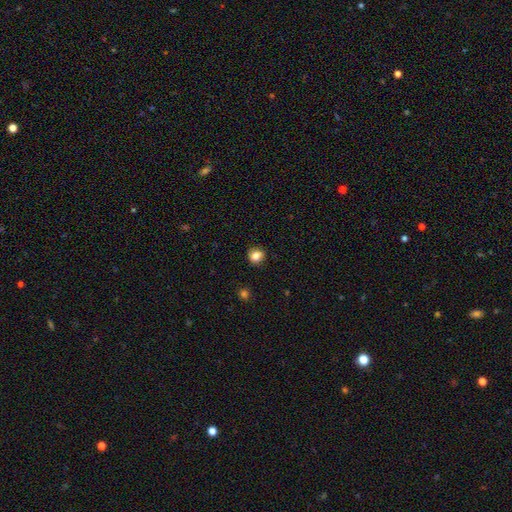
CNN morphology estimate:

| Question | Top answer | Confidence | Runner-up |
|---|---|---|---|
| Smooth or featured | smooth | 81% | star or artifact (11%) |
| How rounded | round | 79% | in between (20%) |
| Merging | none | 81% | minor disturbance (14%) |